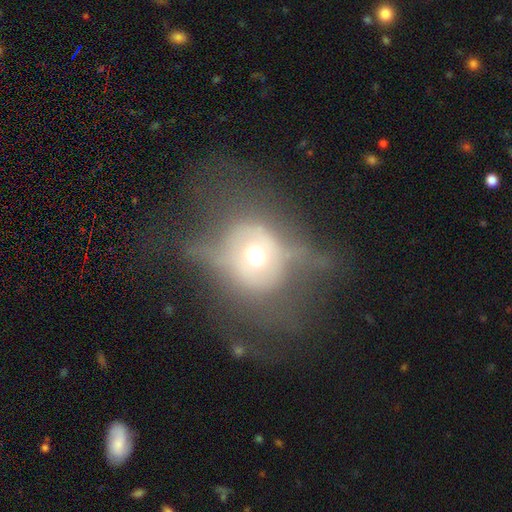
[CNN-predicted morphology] Smooth or featured? Predicted: featured or disk (p=0.44). Merging? Predicted: major disturbance (p=0.40).